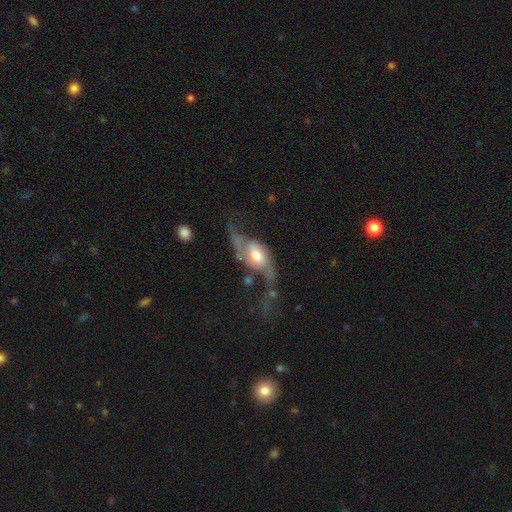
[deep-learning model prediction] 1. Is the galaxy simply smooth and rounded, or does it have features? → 73% featured or disk, 21% smooth, 7% star or artifact.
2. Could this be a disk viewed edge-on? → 89% no, 11% yes.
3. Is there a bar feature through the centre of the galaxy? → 49% no, 37% weak, 13% strong.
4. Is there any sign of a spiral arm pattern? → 84% yes, 16% no.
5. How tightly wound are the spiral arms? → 79% loose, 16% medium, 5% tight.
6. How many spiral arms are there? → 87% 2, 5% can't tell, 4% 1, 1% 3, 1% 4, 1% more than 4.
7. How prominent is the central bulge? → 60% moderate, 18% small, 17% large, 2% dominant, 2% none.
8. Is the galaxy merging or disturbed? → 39% major disturbance, 34% none, 20% minor disturbance, 8% merger.